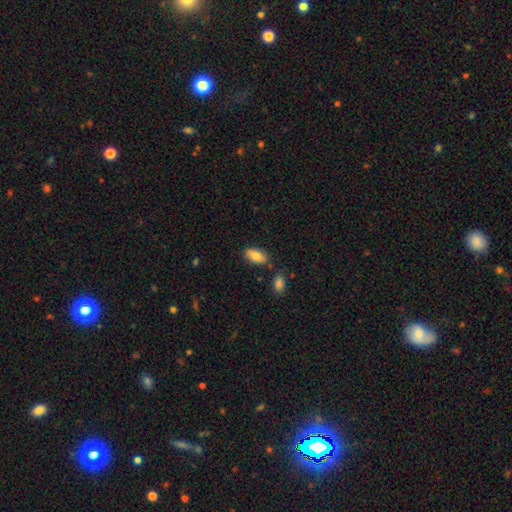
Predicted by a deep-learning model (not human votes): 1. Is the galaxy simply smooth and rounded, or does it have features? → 82% smooth, 12% featured or disk, 7% star or artifact.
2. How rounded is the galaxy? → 92% in between, 5% cigar-shaped, 3% round.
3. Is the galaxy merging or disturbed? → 80% none, 12% minor disturbance, 5% merger, 2% major disturbance.